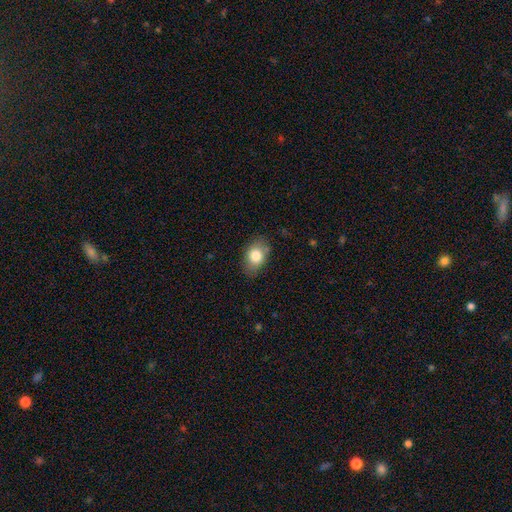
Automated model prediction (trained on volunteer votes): Smooth or featured? smooth (80%)
How rounded? in between (79%)
Merging? none (79%)